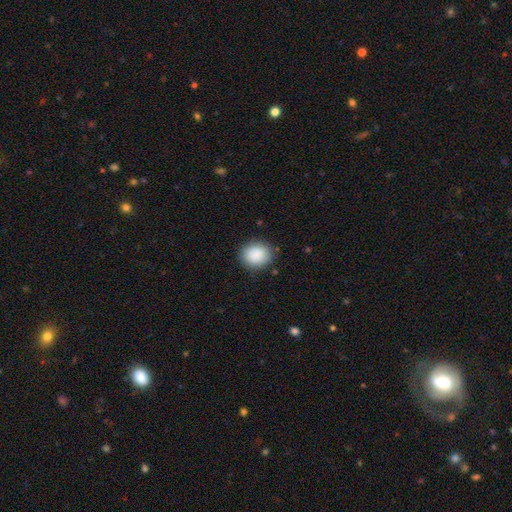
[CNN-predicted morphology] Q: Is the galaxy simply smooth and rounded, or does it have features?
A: smooth — 89%.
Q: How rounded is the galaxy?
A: round — 66%.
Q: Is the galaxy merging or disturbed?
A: none — 87%.